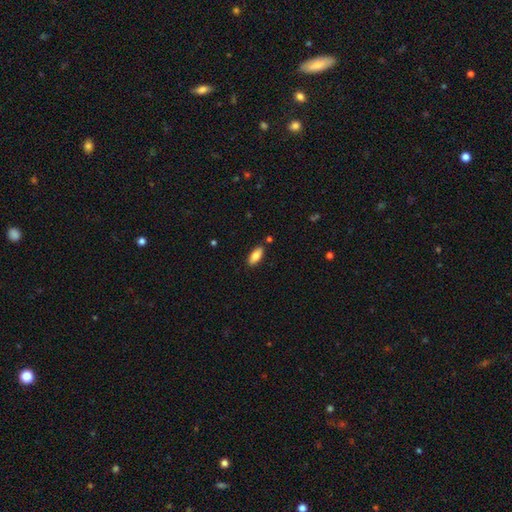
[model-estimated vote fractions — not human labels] Smooth or featured: smooth — 82% (featured or disk — 11%)
How rounded: in between — 85% (cigar-shaped — 13%)
Merging: none — 85% (minor disturbance — 10%)